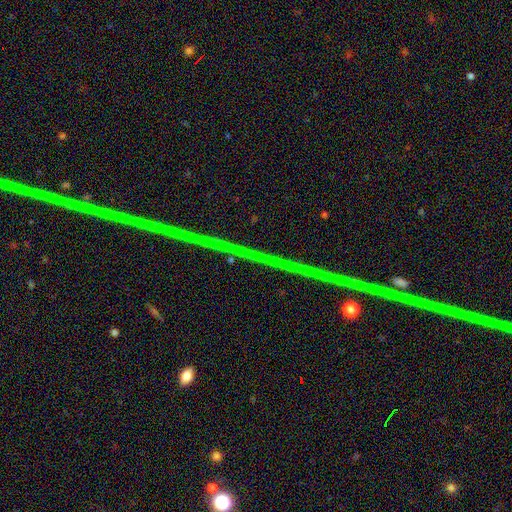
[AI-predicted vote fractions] Smooth or featured?
  - star or artifact: 79% *
  - featured or disk: 14%
  - smooth: 7%